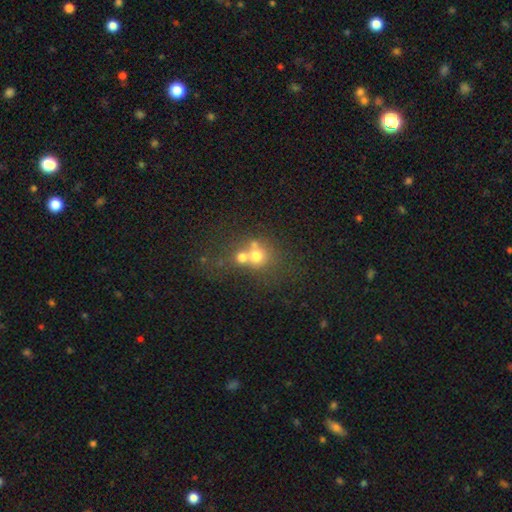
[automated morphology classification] A smooth galaxy with no disk features (63%) that is round (79%).

Vote fractions:
- Smooth or featured? smooth: 63% / featured or disk: 20% / star or artifact: 17%
- How rounded? round: 79% / in between: 20% / cigar-shaped: 1%
- Merging? merger: 56% / none: 33% / minor disturbance: 6% / major disturbance: 4%